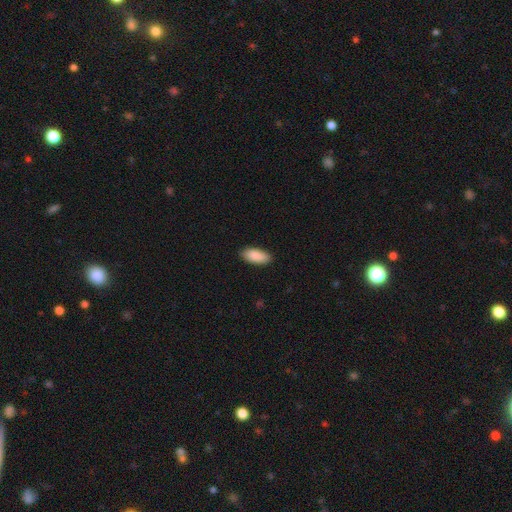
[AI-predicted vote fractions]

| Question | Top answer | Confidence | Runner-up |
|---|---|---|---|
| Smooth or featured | smooth | 90% | star or artifact (6%) |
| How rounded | in between | 90% | cigar-shaped (8%) |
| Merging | none | 87% | minor disturbance (10%) |